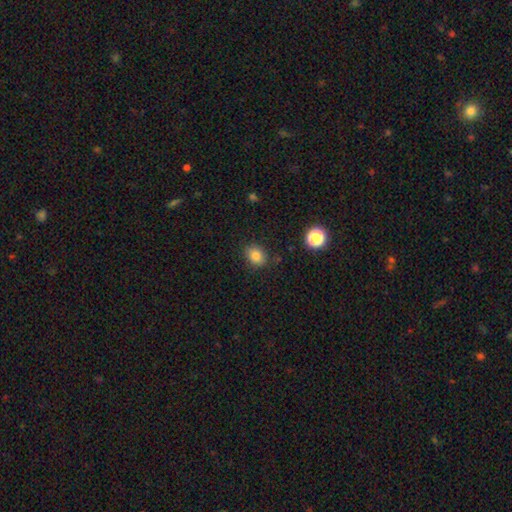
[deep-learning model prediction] This appears to be a smooth galaxy with no disk features (82%) that is round (56%). Merging: none (83%).